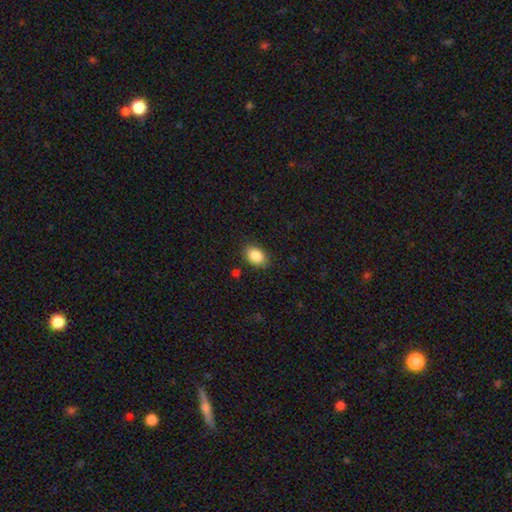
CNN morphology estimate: This is clearly a smooth galaxy (87%). How rounded: clearly in between (83%). Merging: clearly none (85%).